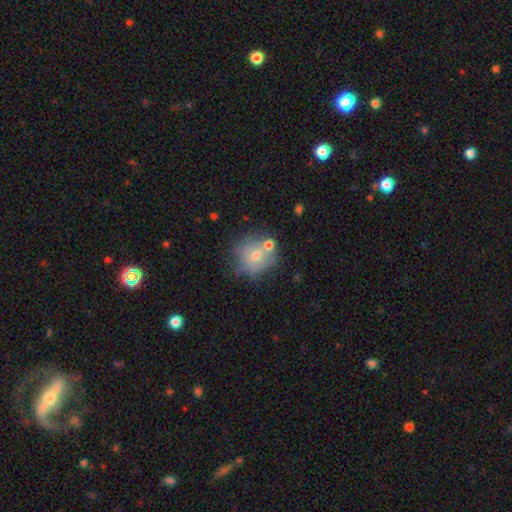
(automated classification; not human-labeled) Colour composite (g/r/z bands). It shows a smooth galaxy with no disk features (58%) that is round (85%). Merging: none (52%).